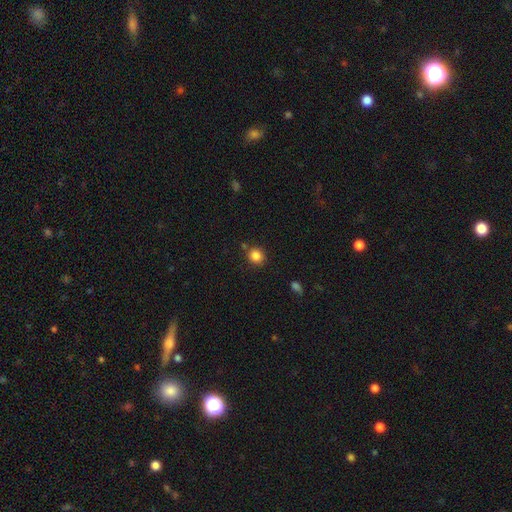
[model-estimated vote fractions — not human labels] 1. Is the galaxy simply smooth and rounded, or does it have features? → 84% smooth, 11% star or artifact, 5% featured or disk.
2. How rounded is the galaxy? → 88% round, 12% in between, 1% cigar-shaped.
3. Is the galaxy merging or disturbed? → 80% none, 10% minor disturbance, 7% merger, 3% major disturbance.